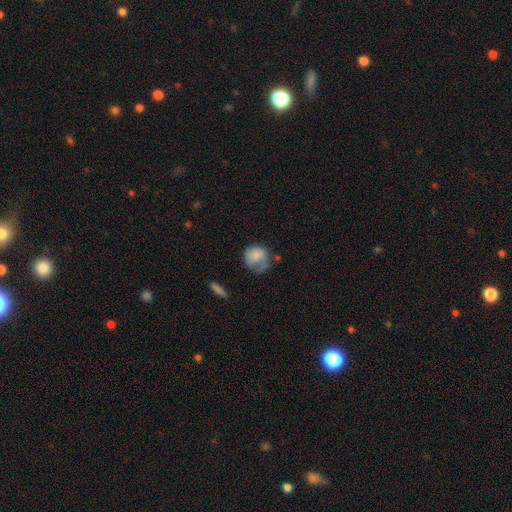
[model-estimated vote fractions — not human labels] This is likely a smooth galaxy (68%). How rounded: likely round (72%). Merging: marginally none (34%).